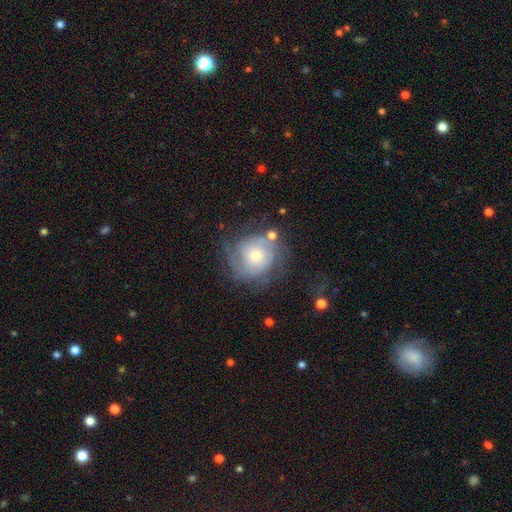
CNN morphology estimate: Q: Smooth or featured?
A: featured or disk (68%); runner-up: smooth (24%)
Q: Edge-on disk?
A: no (97%); runner-up: yes (3%)
Q: Bar?
A: no (78%); runner-up: weak (19%)
Q: Spiral arms?
A: yes (85%); runner-up: no (15%)
Q: Spiral winding?
A: tight (56%); runner-up: medium (31%)
Q: Spiral arm count?
A: can't tell (41%); runner-up: 2 (30%)
Q: Bulge size?
A: moderate (45%); runner-up: small (43%)
Q: Merging?
A: none (59%); runner-up: minor disturbance (21%)